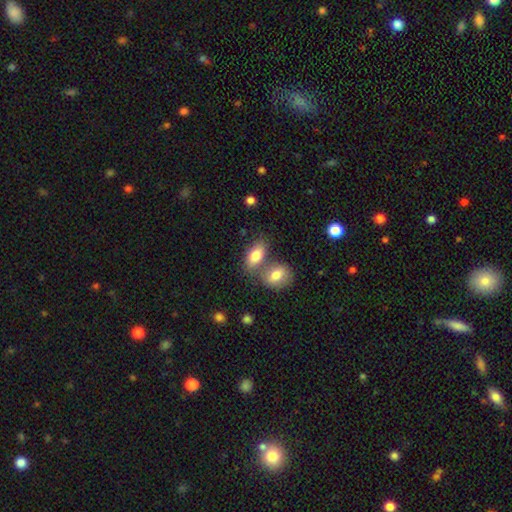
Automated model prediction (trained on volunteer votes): A smooth galaxy with no disk features (80%) that is in between round and cigar-shaped (89%).

Vote fractions:
- Smooth or featured? smooth: 80% / featured or disk: 14% / star or artifact: 7%
- How rounded? in between: 89% / round: 6% / cigar-shaped: 5%
- Merging? none: 43% (tied) / merger: 43% (tied) / minor disturbance: 11% / major disturbance: 4%